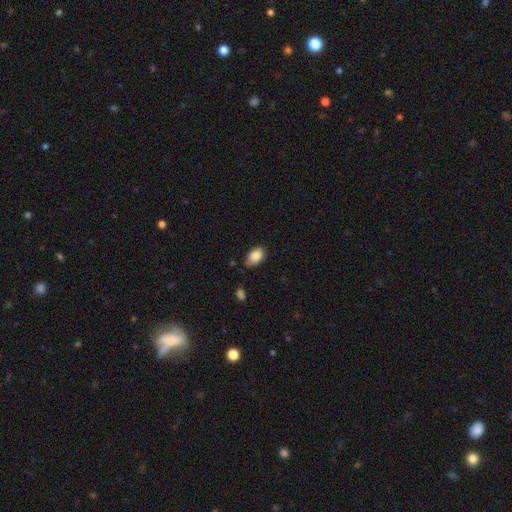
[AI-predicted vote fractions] smooth-or-featured: smooth: 87% | star or artifact: 7% | featured or disk: 6%
  how-rounded: in between: 90% | round: 9% | cigar-shaped: 2%
  merging: none: 61% | minor disturbance: 31% | major disturbance: 5% | merger: 3%